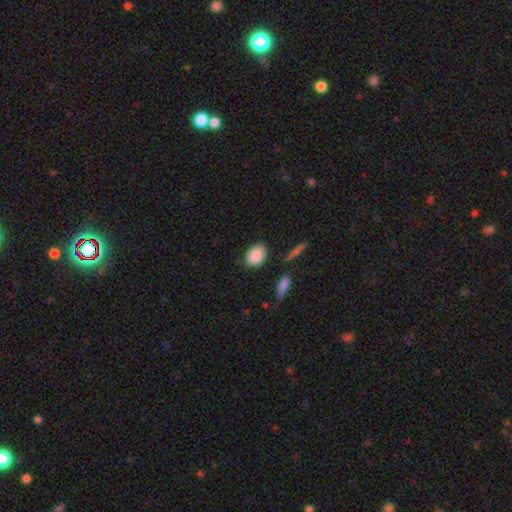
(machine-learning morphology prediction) Smooth or featured?
  - smooth: 88% *
  - star or artifact: 7%
  - featured or disk: 5%
How rounded?
  - in between: 78% *
  - round: 20%
  - cigar-shaped: 2%
Merging?
  - none: 79% *
  - minor disturbance: 13%
  - merger: 4%
  - major disturbance: 3%